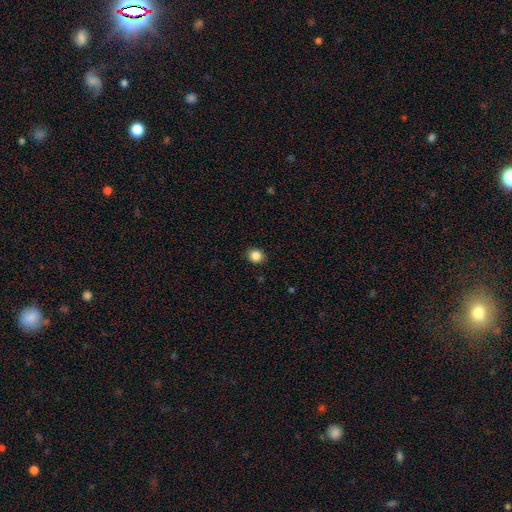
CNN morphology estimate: The model was most divided on "how rounded": round: 79%, in between: 21%, cigar-shaped: 1%. More confident: merging — none (90%); smooth or featured — smooth (86%).